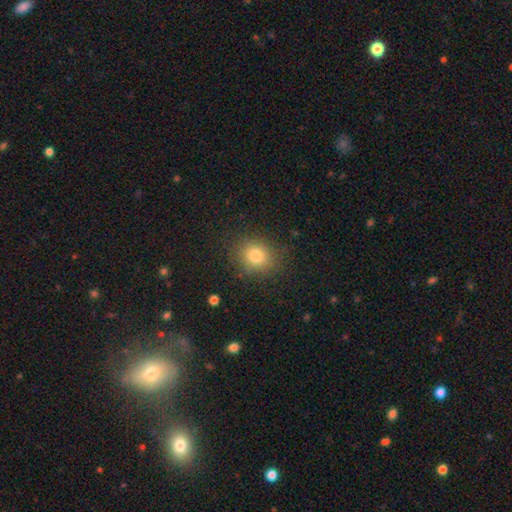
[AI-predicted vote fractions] smooth 81%, star or artifact 12%, featured or disk 7%. Down the decision tree: how rounded — round (68%); merging — none (85%).